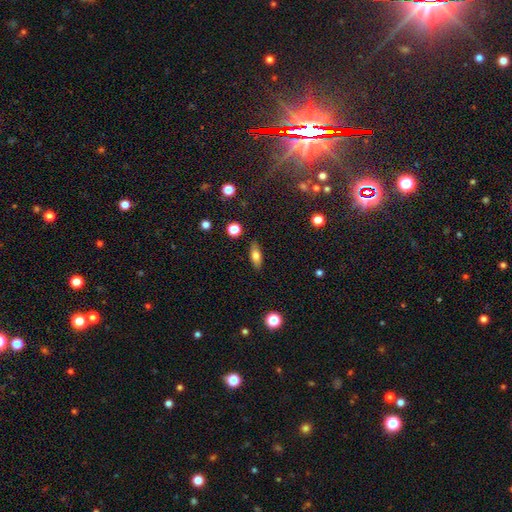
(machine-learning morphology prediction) Q: Smooth or featured?
A: smooth (71%); runner-up: featured or disk (20%)
Q: How rounded?
A: in between (73%); runner-up: cigar-shaped (22%)
Q: Merging?
A: none (88%); runner-up: minor disturbance (9%)